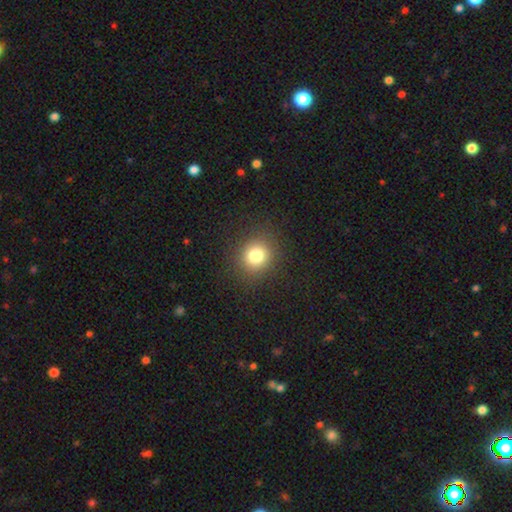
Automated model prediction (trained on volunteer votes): This is likely a smooth galaxy (79%). How rounded: clearly round (85%). Merging: clearly none (89%).